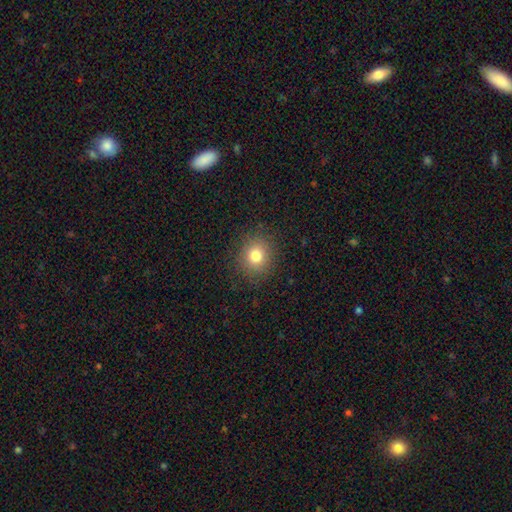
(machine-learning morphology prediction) type=smooth (78%); roundness=round (80%); merging=none (87%).